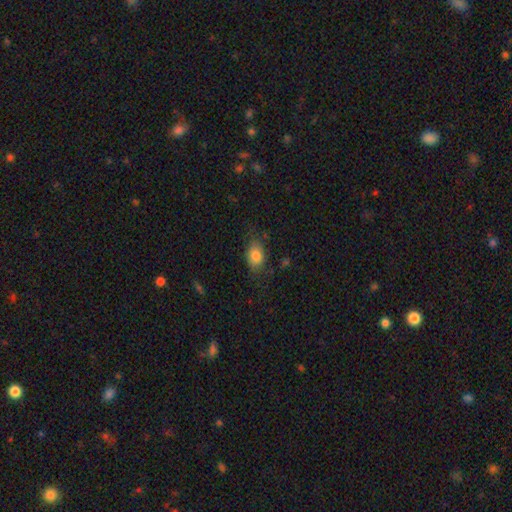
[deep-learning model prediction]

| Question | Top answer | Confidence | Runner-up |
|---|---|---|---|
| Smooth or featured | smooth | 81% | featured or disk (10%) |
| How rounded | in between | 77% | round (21%) |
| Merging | none | 72% | minor disturbance (20%) |